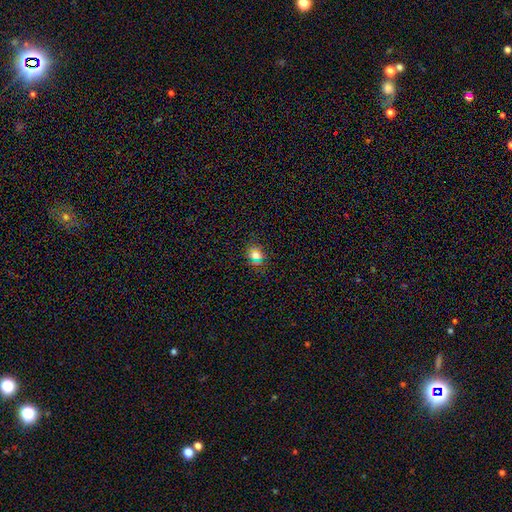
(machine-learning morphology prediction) This appears to be a smooth galaxy with no disk features (66%) that is round (65%). Merging: none (86%).